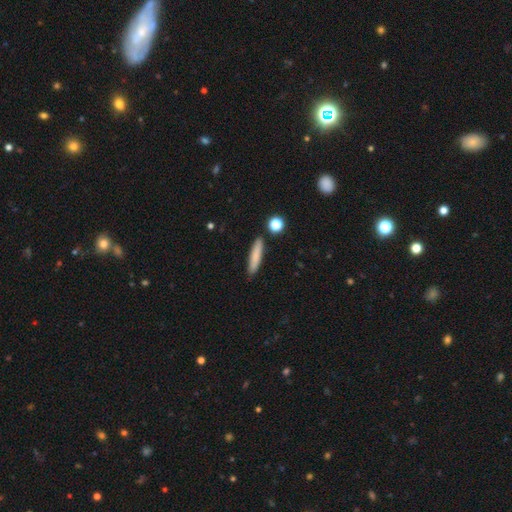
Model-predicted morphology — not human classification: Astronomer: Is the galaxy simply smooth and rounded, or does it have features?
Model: smooth — 80%.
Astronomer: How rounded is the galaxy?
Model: cigar-shaped — 87%.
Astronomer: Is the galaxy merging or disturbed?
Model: none — 86%.